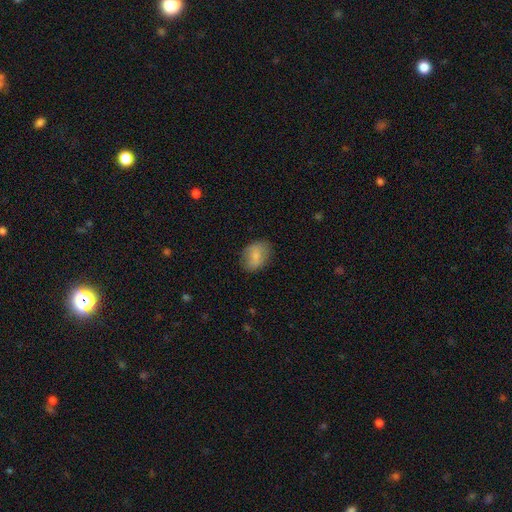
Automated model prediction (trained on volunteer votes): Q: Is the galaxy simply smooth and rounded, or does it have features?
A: smooth — 73%.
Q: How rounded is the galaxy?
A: in between — 77%.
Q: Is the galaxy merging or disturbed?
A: none — 78%.